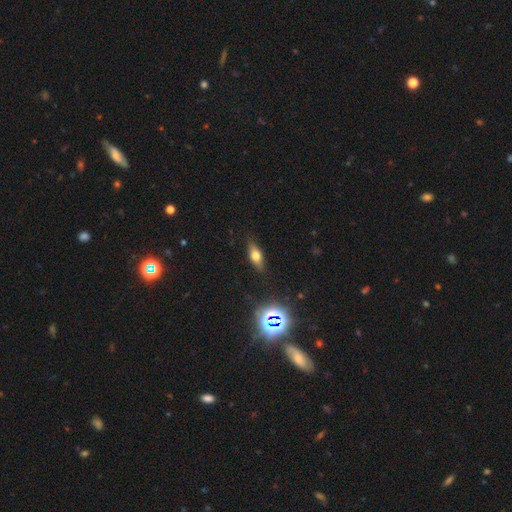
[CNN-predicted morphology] smooth_or_featured: smooth (p=0.60) [alt: featured or disk p=0.27]
how_rounded: in between (p=0.67) [alt: cigar-shaped p=0.27]
merging: none (p=0.85) [alt: minor disturbance p=0.11]